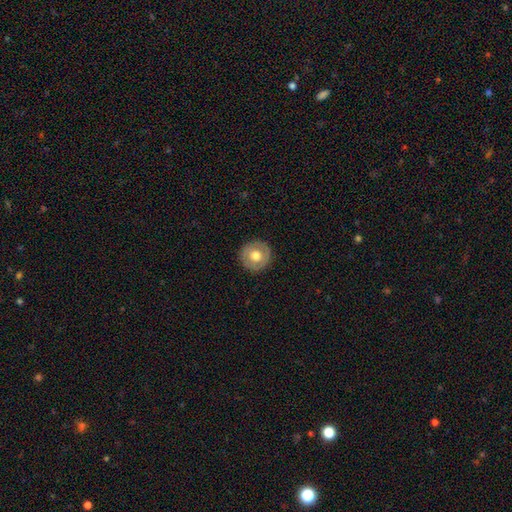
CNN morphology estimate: smooth-or-featured: smooth: 61% | featured or disk: 32% | star or artifact: 7%
  how-rounded: round: 95% | in between: 4% | cigar-shaped: 1%
  merging: none: 90% | minor disturbance: 7% | major disturbance: 2% | merger: 1%